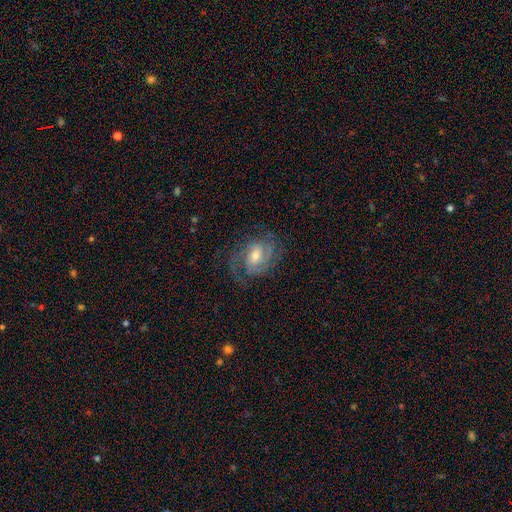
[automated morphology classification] Smooth or featured: featured or disk — 84% (smooth — 9%)
Edge-on disk: no — 97% (yes — 3%)
Bar: weak — 47% (no — 39%)
Spiral arms: yes — 96% (no — 4%)
Spiral winding: tight — 47% (medium — 42%)
Spiral arm count: 2 — 57% (3 — 17%)
Bulge size: moderate — 58% (small — 35%)
Merging: none — 73% (minor disturbance — 16%)